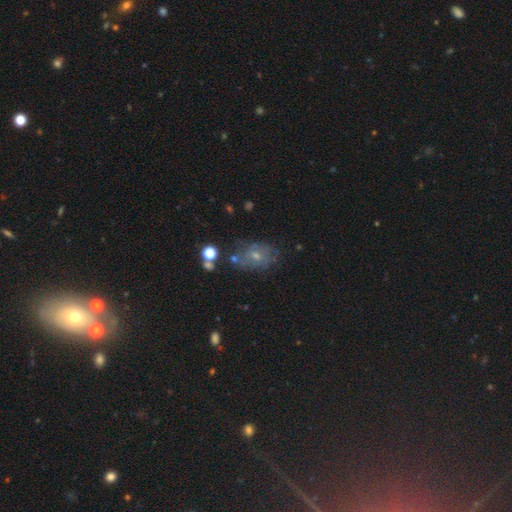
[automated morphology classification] Smooth or featured: featured or disk — 44% (smooth — 39%)
Merging: none — 57% (minor disturbance — 23%)